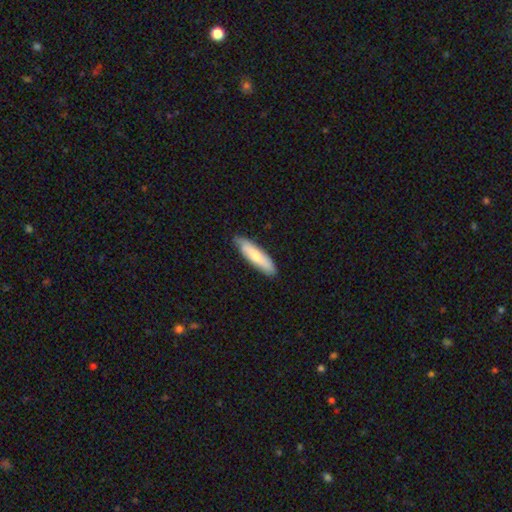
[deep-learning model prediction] Smooth or featured? Predicted: smooth (p=0.69). How rounded? Predicted: cigar-shaped (p=0.68). Merging? Predicted: none (p=0.82).